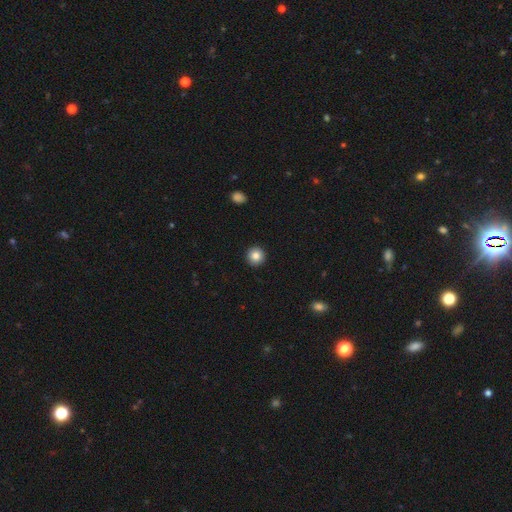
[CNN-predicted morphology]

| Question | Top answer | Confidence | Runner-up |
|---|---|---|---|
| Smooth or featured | smooth | 85% | star or artifact (9%) |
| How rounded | round | 96% | in between (3%) |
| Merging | none | 93% | minor disturbance (4%) |